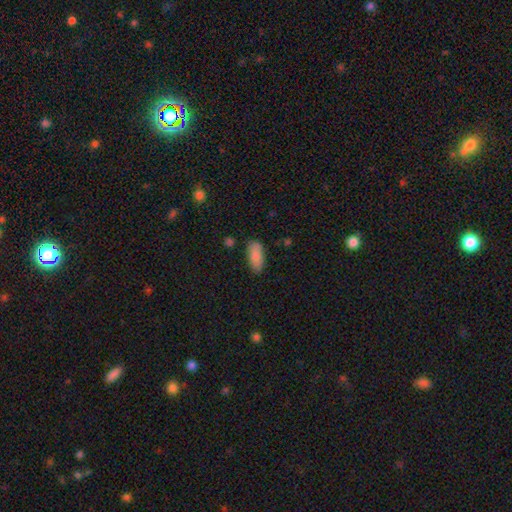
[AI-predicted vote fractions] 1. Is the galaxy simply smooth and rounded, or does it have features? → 86% smooth, 7% featured or disk, 7% star or artifact.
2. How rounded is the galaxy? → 84% in between, 13% cigar-shaped, 2% round.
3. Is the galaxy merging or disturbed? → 80% none, 15% minor disturbance, 3% major disturbance, 2% merger.